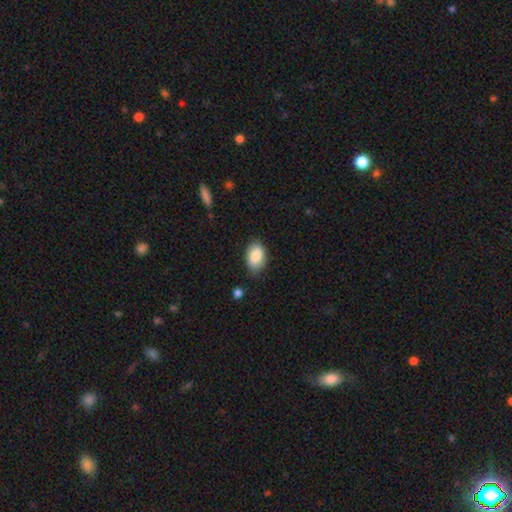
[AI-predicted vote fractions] The model was most divided on "merging": none: 75%, minor disturbance: 20%, major disturbance: 3%, merger: 2%. More confident: how rounded — in between (91%); smooth or featured — smooth (87%).